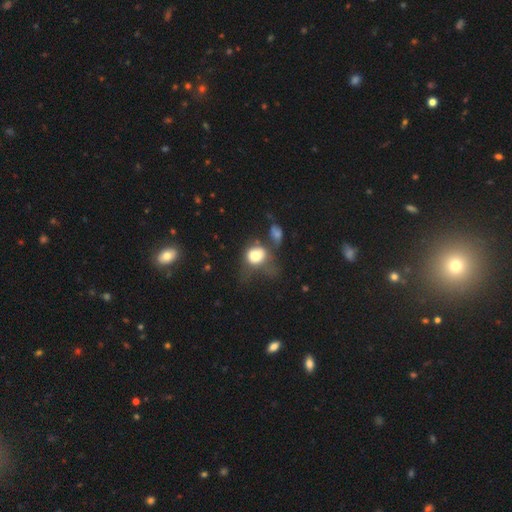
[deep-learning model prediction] A smooth galaxy with no disk features (72%) that is round (56%). Merging: major disturbance (36%).